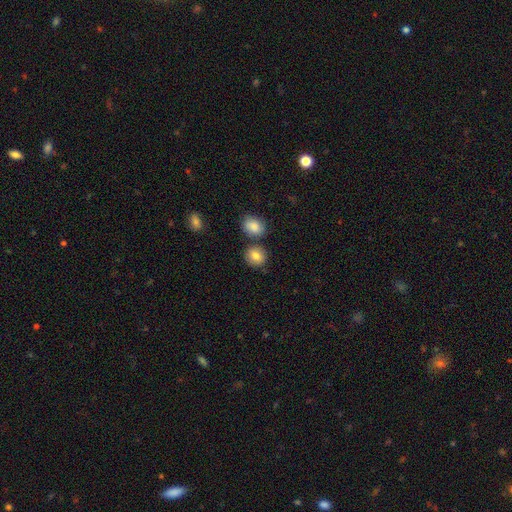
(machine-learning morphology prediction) Smooth or featured? smooth (84%)
How rounded? round (74%)
Merging? none (75%)